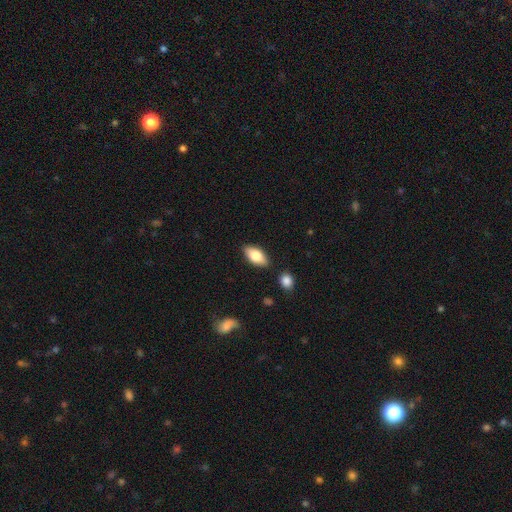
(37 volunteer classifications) smooth-or-featured: smooth: 76% | featured or disk: 19% | star or artifact: 5%
  how-rounded: in between: 93% | cigar-shaped: 7% | round: 0%
  merging: none: 89% | minor disturbance: 6% | merger: 6% | major disturbance: 0%